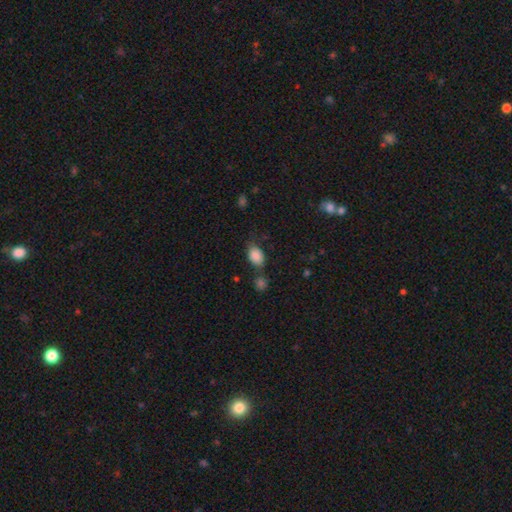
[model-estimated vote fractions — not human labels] The model was most divided on "merging": none: 59%, minor disturbance: 21%, merger: 13%, major disturbance: 7%. More confident: smooth or featured — smooth (86%); how rounded — in between (79%).